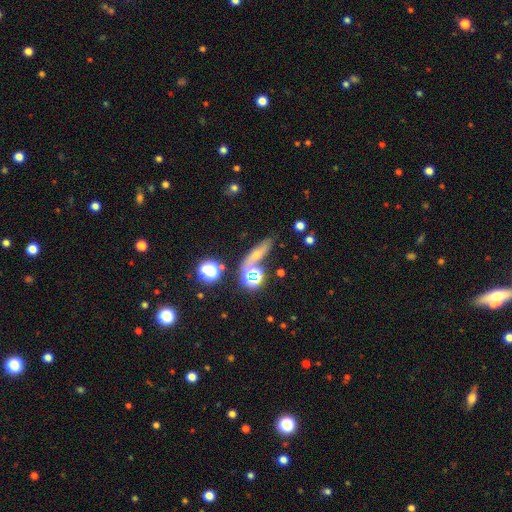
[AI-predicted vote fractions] smooth-or-featured: smooth: 47% | featured or disk: 27% | star or artifact: 26%
  merging: none: 64% | minor disturbance: 15% | merger: 13% | major disturbance: 8%